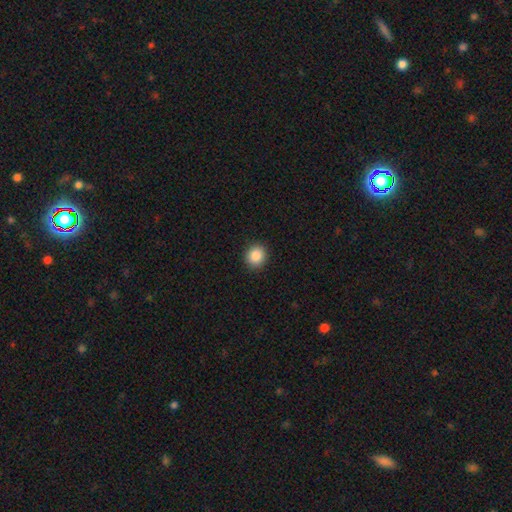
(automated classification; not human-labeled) A smooth galaxy with no disk features (87%) that is round (85%). Merging: none (92%).